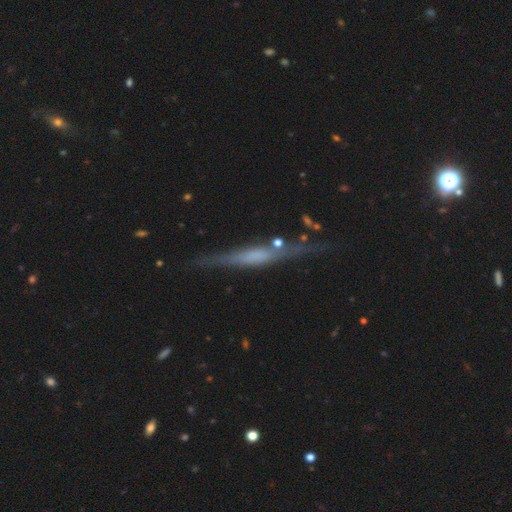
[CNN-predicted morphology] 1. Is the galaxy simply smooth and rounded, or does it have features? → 64% featured or disk, 28% smooth, 8% star or artifact.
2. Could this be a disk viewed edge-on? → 94% yes, 6% no.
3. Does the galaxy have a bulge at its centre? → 36% none, 32% boxy, 32% rounded.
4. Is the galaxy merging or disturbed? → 76% none, 15% minor disturbance, 5% major disturbance, 3% merger.